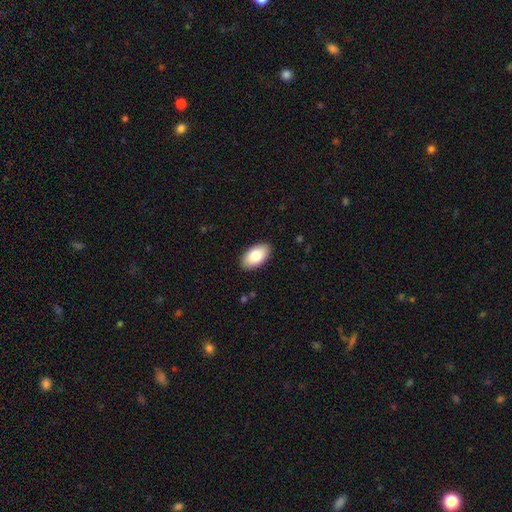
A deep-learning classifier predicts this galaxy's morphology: type=smooth (83%); roundness=in between (95%); merging=none (89%).